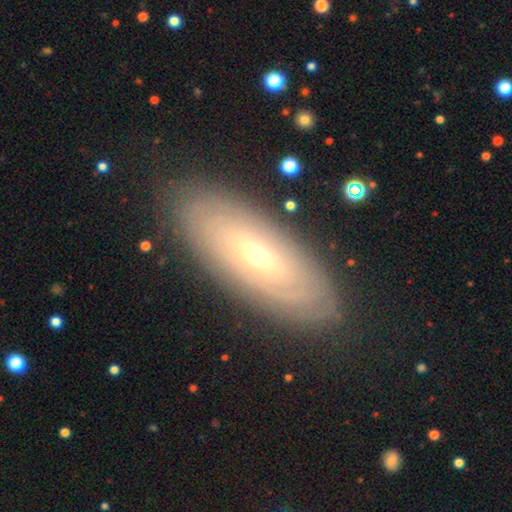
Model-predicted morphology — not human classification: Q: Smooth or featured?
A: featured or disk (63%); runner-up: smooth (29%)
Q: Edge-on disk?
A: no (80%); runner-up: yes (20%)
Q: Bar?
A: no (62%); runner-up: weak (29%)
Q: Spiral arms?
A: yes (57%); runner-up: no (43%)
Q: Bulge size?
A: moderate (52%); runner-up: small (42%)
Q: Merging?
A: none (85%); runner-up: minor disturbance (10%)